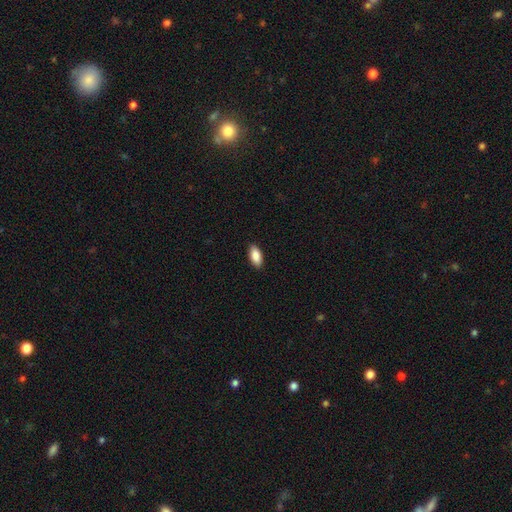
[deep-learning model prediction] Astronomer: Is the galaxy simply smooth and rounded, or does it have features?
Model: smooth — 88%.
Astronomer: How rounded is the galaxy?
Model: in between — 90%.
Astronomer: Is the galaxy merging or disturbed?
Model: none — 90%.